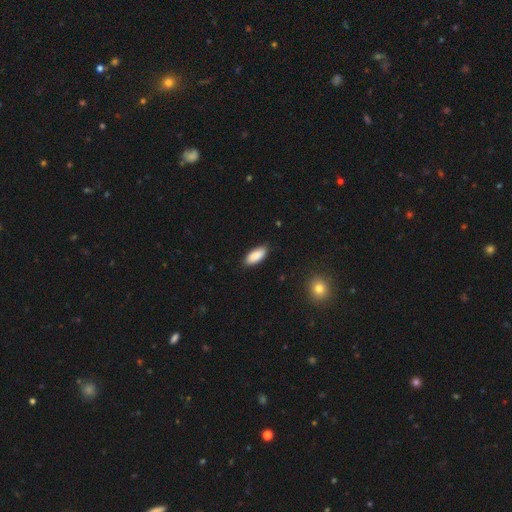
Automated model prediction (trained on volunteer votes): This appears to be a smooth galaxy with no disk features (89%) that is in between round and cigar-shaped (85%). Merging: none (86%).